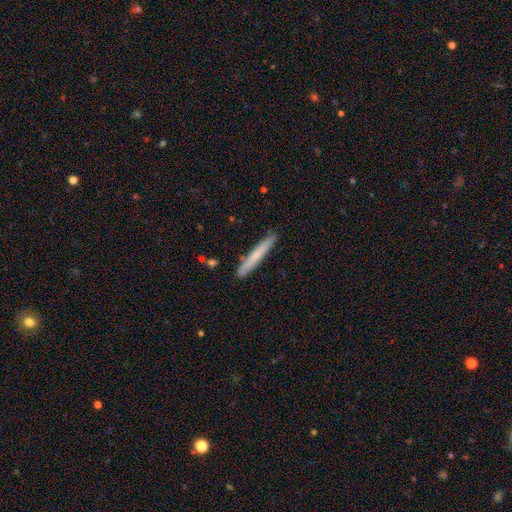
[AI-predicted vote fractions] Morphology: type=smooth (66%); roundness=cigar-shaped (96%); merging=none (89%).